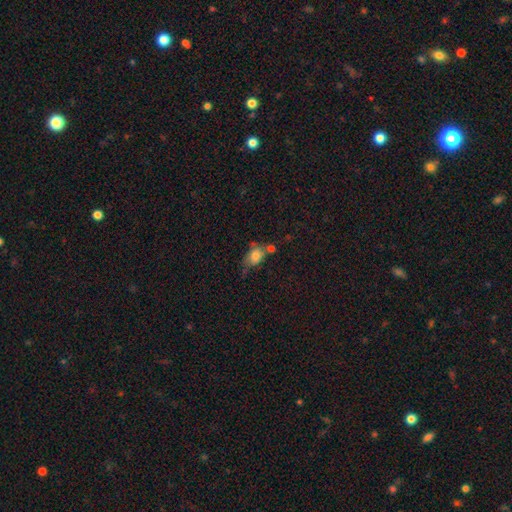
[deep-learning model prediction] A smooth galaxy with no disk features (76%) that is in between round and cigar-shaped (67%).

Vote fractions:
- Smooth or featured? smooth: 76% / featured or disk: 14% / star or artifact: 11%
- How rounded? in between: 67% / round: 31% / cigar-shaped: 2%
- Merging? none: 42% / minor disturbance: 26% / merger: 21% / major disturbance: 11%